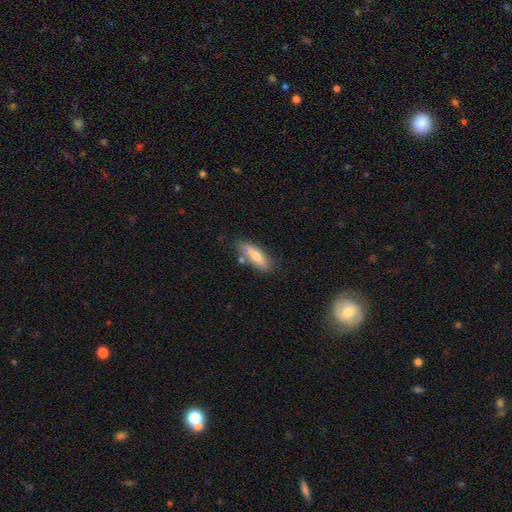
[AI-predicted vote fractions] Smooth or featured?
  - smooth: 66% *
  - featured or disk: 27%
  - star or artifact: 7%
How rounded?
  - in between: 53% *
  - cigar-shaped: 44%
  - round: 2%
Merging?
  - none: 70% *
  - minor disturbance: 17%
  - merger: 10%
  - major disturbance: 4%